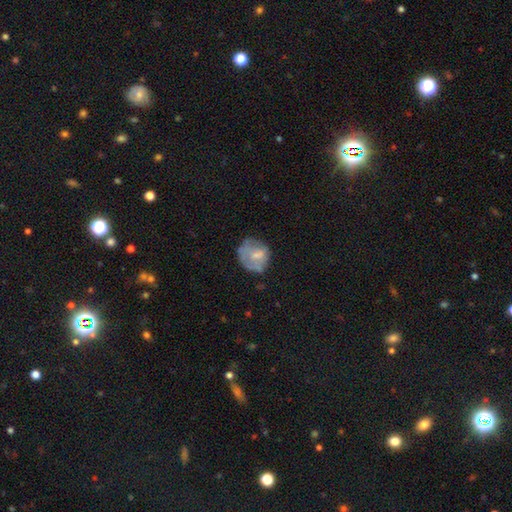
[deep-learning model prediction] Smooth or featured? Predicted: smooth (p=0.57). How rounded? Predicted: round (p=0.74). Merging? Predicted: none (p=0.55).